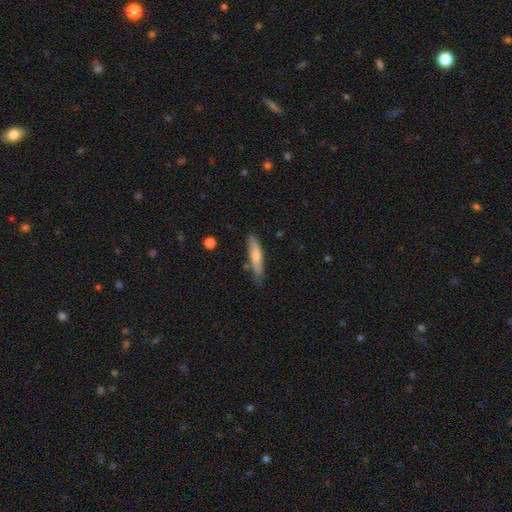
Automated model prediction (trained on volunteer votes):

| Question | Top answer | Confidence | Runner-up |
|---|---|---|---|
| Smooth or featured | smooth | 71% | featured or disk (24%) |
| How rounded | cigar-shaped | 79% | in between (19%) |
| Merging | none | 77% | minor disturbance (17%) |